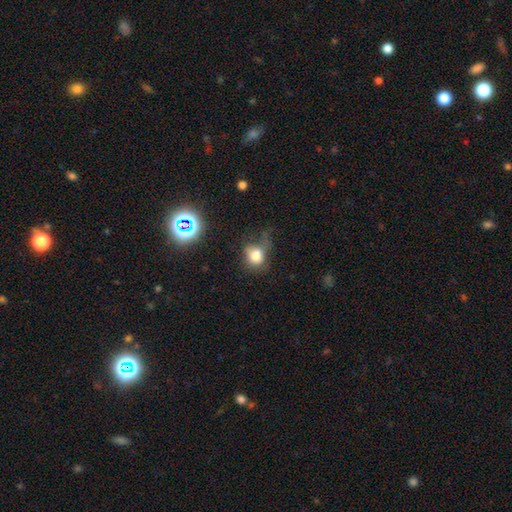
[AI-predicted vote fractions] Morphology: type=smooth (75%); roundness=round (60%); merging=none (38%).